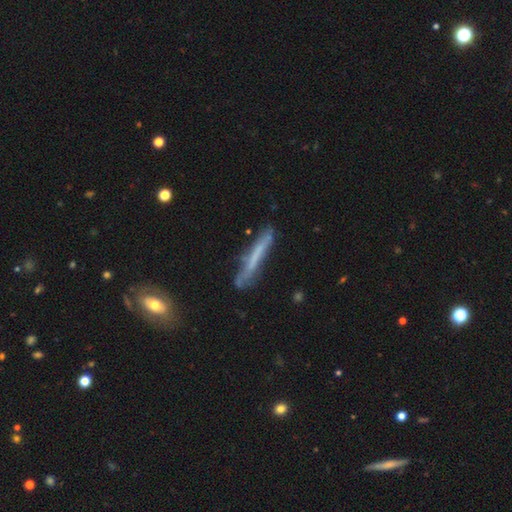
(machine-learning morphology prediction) smooth-or-featured: featured or disk: 46% (tied) | smooth: 46% (tied) | star or artifact: 8%
  merging: none: 70% | minor disturbance: 21% | major disturbance: 6% | merger: 3%